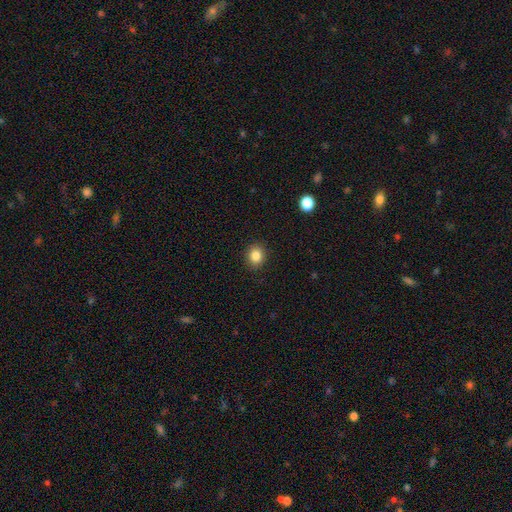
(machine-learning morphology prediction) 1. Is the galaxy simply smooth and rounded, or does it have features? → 85% smooth, 10% star or artifact, 5% featured or disk.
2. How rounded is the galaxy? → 71% round, 28% in between, 1% cigar-shaped.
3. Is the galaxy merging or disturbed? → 90% none, 7% minor disturbance, 2% major disturbance, 1% merger.